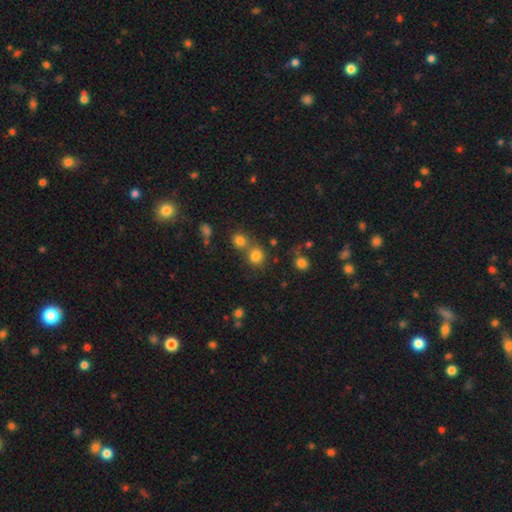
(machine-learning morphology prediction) Overall: smooth (78%). How rounded: round (85%). Merging: none (59%; merger 30%).